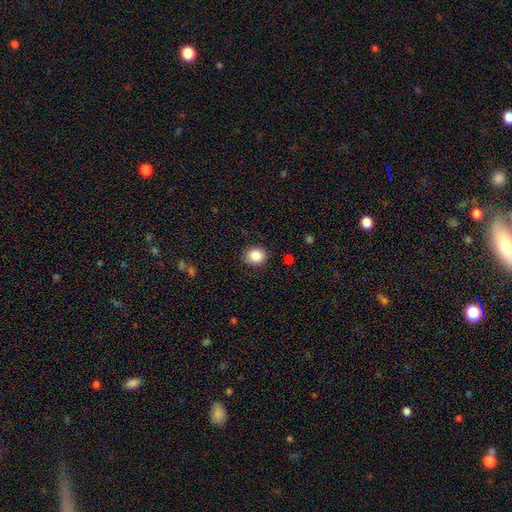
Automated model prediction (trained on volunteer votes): Smooth or featured?
  - smooth: 87% *
  - star or artifact: 9%
  - featured or disk: 4%
How rounded?
  - round: 70% *
  - in between: 29%
  - cigar-shaped: 1%
Merging?
  - none: 85% *
  - minor disturbance: 11%
  - major disturbance: 3%
  - merger: 1%